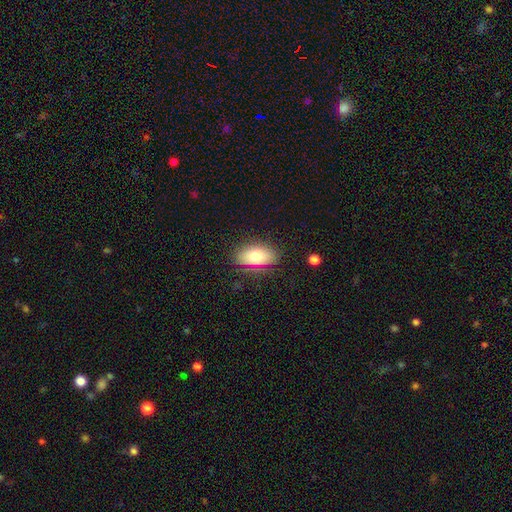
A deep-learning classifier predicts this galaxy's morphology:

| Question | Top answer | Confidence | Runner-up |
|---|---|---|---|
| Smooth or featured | smooth | 73% | featured or disk (16%) |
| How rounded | in between | 90% | round (7%) |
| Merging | none | 79% | minor disturbance (15%) |